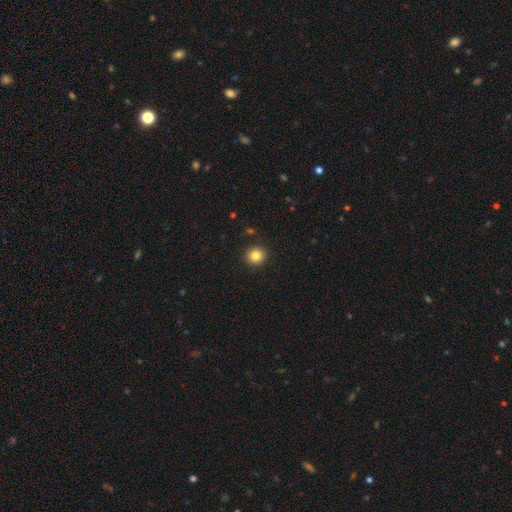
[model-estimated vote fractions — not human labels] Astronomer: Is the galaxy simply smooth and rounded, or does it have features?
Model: smooth — 83%.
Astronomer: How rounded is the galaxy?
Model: round — 91%.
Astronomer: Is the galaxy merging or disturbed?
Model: none — 92%.